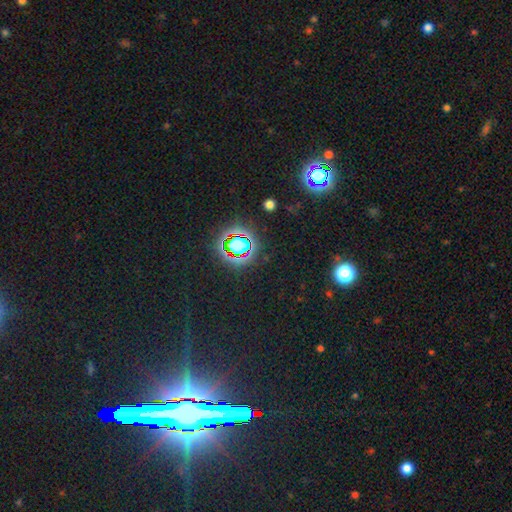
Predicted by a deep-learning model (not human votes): The model was most divided on "smooth or featured": star or artifact: 80%, smooth: 11%, featured or disk: 10%.